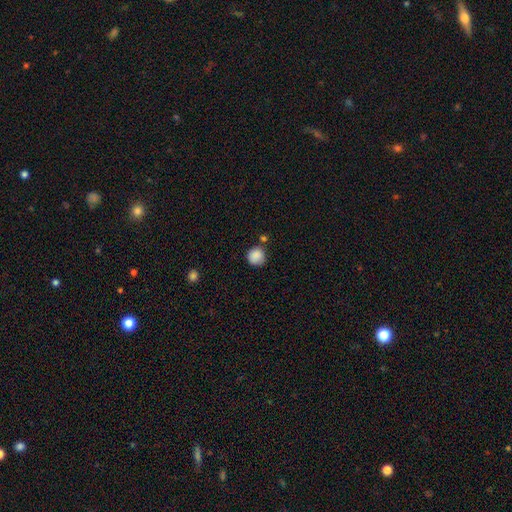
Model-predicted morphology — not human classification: The model was most divided on "merging": none: 74%, minor disturbance: 14%, merger: 8%, major disturbance: 4%. More confident: how rounded — round (92%); smooth or featured — smooth (88%).